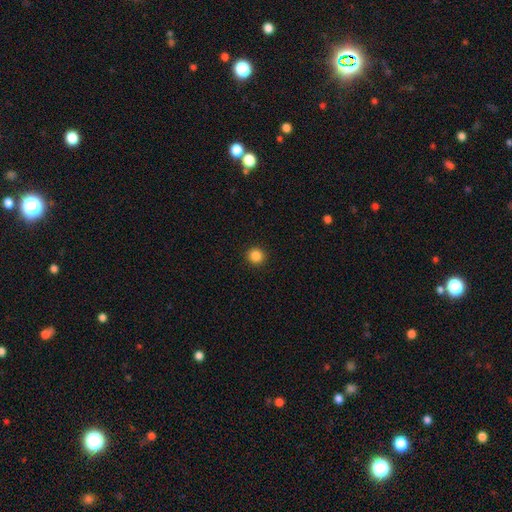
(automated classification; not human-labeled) Smooth or featured? smooth (86%)
How rounded? round (94%)
Merging? none (93%)